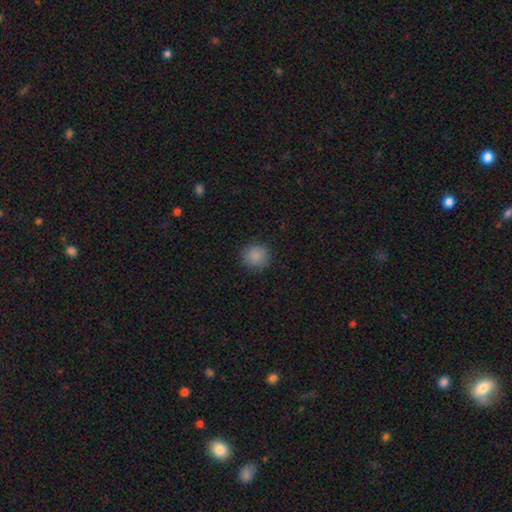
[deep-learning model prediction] Q: Smooth or featured?
A: smooth (87%); runner-up: star or artifact (9%)
Q: How rounded?
A: round (93%); runner-up: in between (6%)
Q: Merging?
A: none (89%); runner-up: minor disturbance (7%)